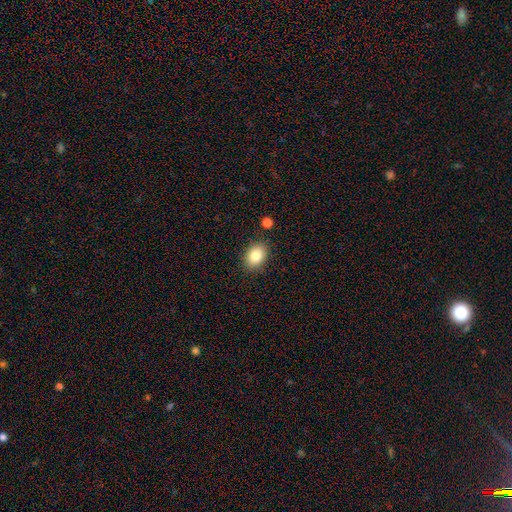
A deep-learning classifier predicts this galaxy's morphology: This is clearly a smooth galaxy (84%). How rounded: likely in between (73%). Merging: clearly none (85%).